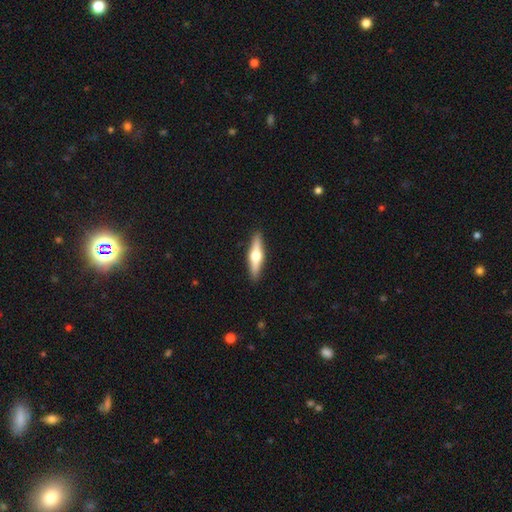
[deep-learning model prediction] Morphology: type=featured or disk (60%); edge-on=yes (96%); edge-on bulge=rounded (95%); merging=none (91%).